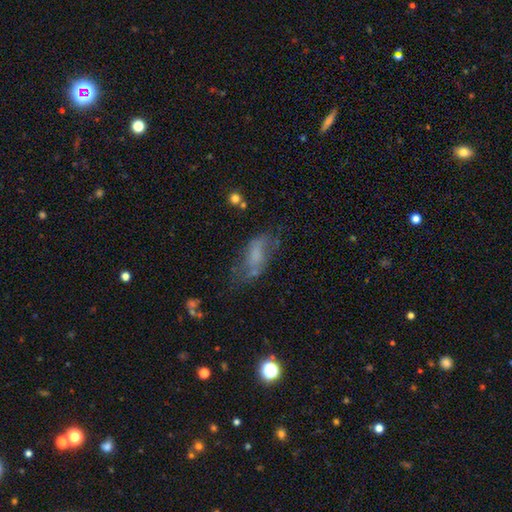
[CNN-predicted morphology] Smooth or featured: smooth — 49% (featured or disk — 36%)
Merging: none — 42% (major disturbance — 26%)